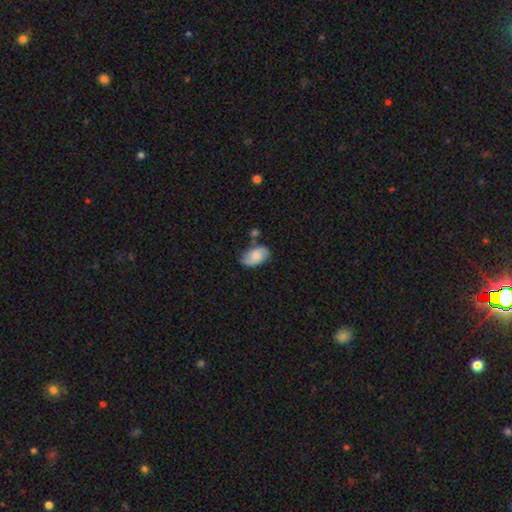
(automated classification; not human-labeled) Q: Smooth or featured?
A: smooth (47%); runner-up: featured or disk (45%)
Q: Merging?
A: none (69%); runner-up: minor disturbance (19%)